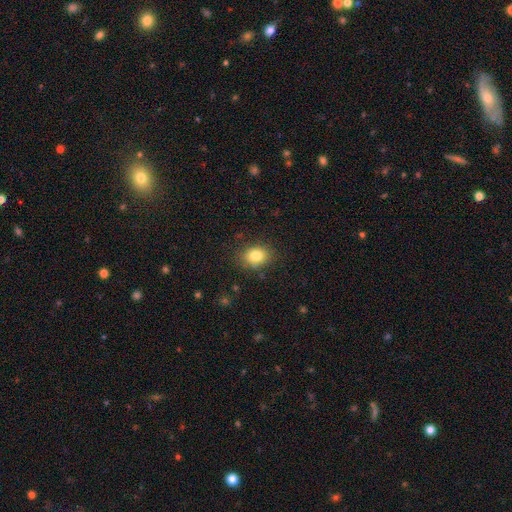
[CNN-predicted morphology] Smooth or featured? smooth (82%)
How rounded? in between (55%)
Merging? none (84%)